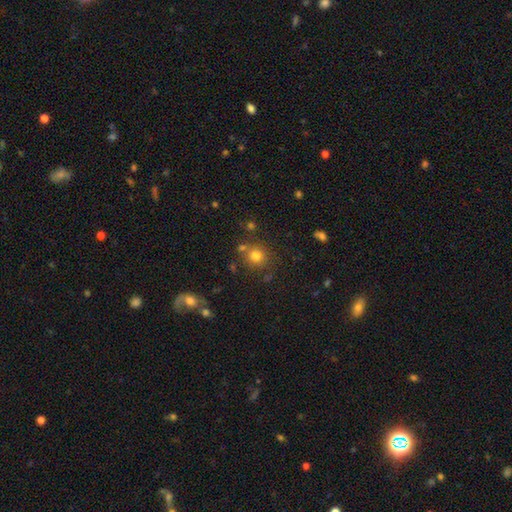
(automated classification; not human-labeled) Q: Smooth or featured?
A: smooth (77%); runner-up: star or artifact (15%)
Q: How rounded?
A: round (89%); runner-up: in between (10%)
Q: Merging?
A: none (75%); runner-up: merger (11%)